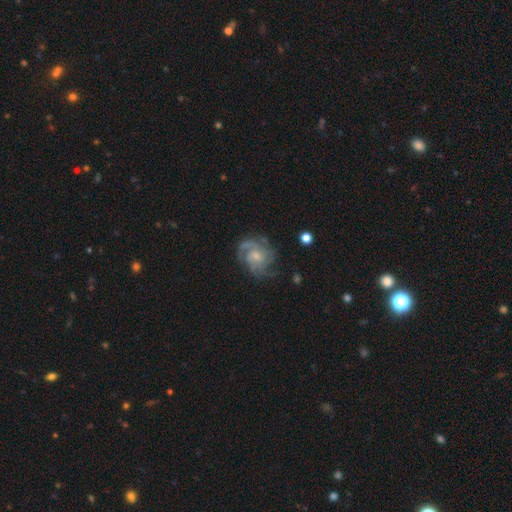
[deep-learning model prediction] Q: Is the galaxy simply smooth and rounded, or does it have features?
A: featured or disk — 82%.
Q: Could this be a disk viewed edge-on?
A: no — 98%.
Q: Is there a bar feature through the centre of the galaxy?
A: no — 68%.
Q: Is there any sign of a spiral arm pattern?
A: yes — 95%.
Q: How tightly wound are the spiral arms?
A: tight — 47%.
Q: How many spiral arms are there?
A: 3 — 29%.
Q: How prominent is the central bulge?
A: small — 52%.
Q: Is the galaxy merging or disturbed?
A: none — 67%.